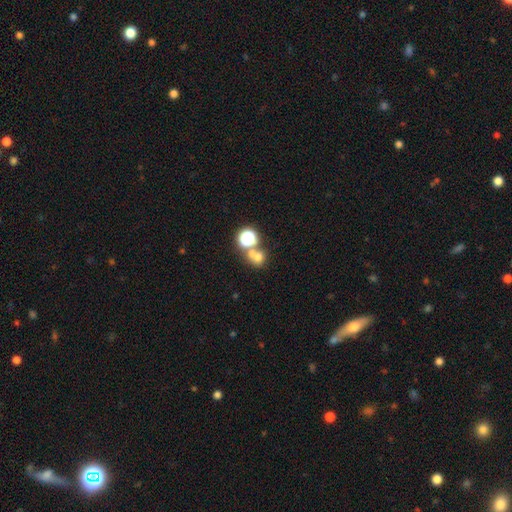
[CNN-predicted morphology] This is likely a smooth galaxy (63%). How rounded: likely round (78%). Merging: marginally merger (45%).